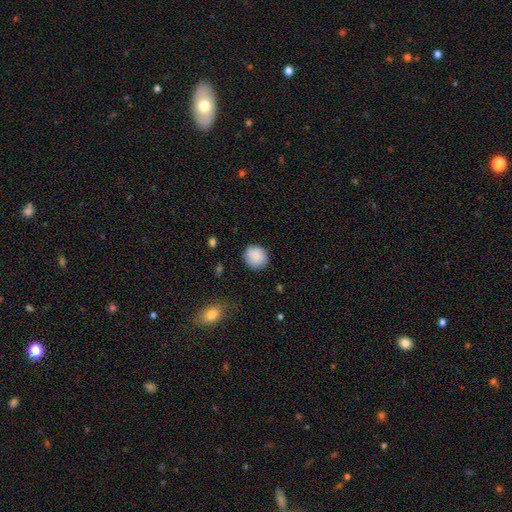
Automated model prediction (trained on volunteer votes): A smooth galaxy with no disk features (85%) that is round (87%).

Vote fractions:
- Smooth or featured? smooth: 85% / featured or disk: 8% / star or artifact: 7%
- How rounded? round: 87% / in between: 12% / cigar-shaped: 1%
- Merging? none: 82% / minor disturbance: 13% / major disturbance: 3% / merger: 1%